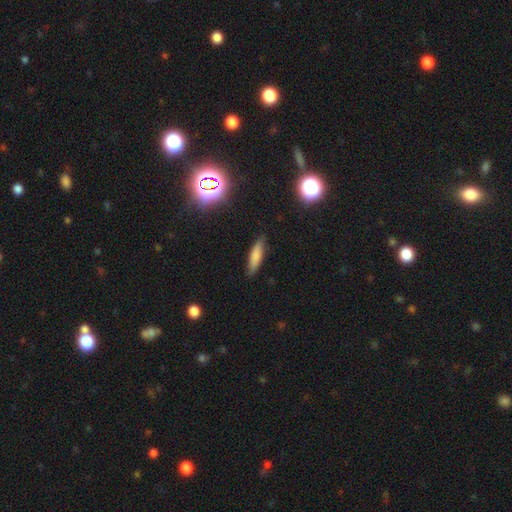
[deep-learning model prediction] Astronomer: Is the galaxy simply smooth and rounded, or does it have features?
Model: smooth — 74%.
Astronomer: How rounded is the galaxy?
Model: cigar-shaped — 71%.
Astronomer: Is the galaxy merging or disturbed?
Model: none — 84%.